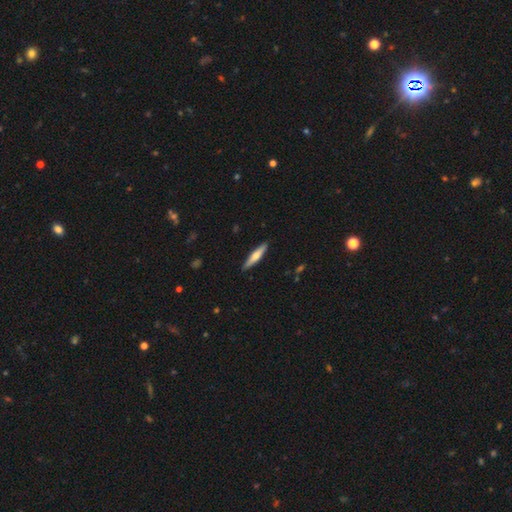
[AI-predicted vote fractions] Overall: smooth (50%; featured or disk 45%). How rounded: cigar-shaped (87%). Merging: none (89%).